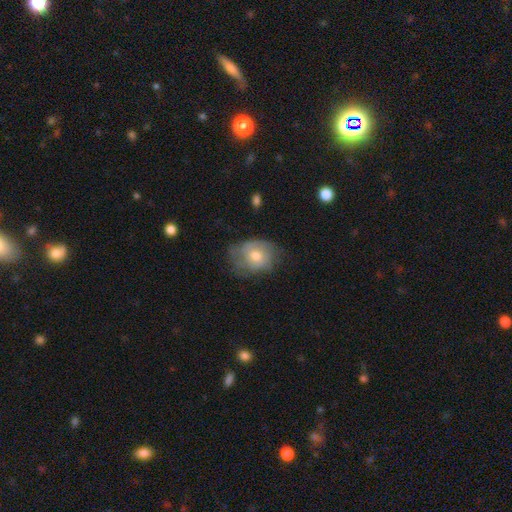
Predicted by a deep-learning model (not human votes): Overall: smooth (55%; featured or disk 38%). How rounded: in between (62%; round 37%). Merging: none (51%; minor disturbance 32%).